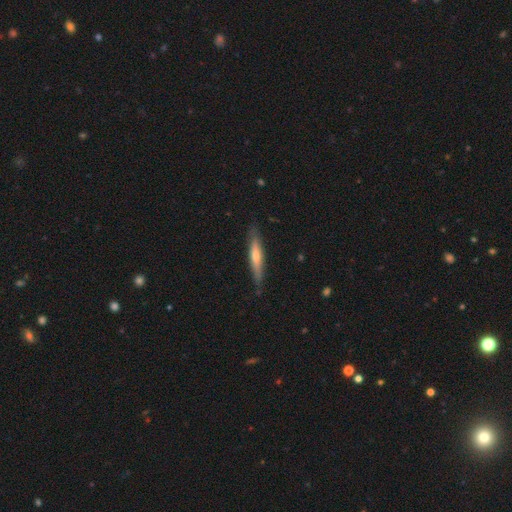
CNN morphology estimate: Smooth or featured?
  - featured or disk: 48% *
  - smooth: 47%
  - star or artifact: 6%
Merging?
  - none: 84% *
  - minor disturbance: 13%
  - major disturbance: 2%
  - merger: 1%